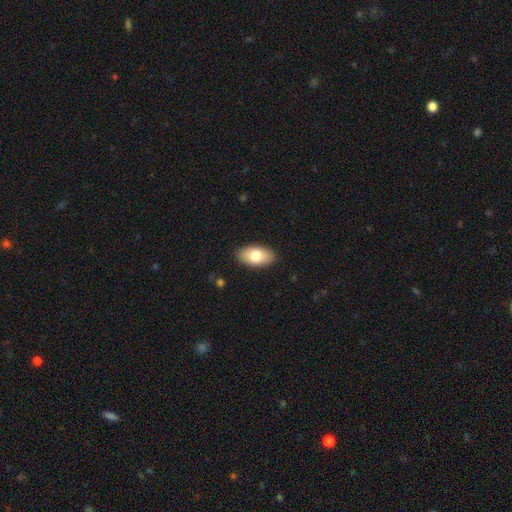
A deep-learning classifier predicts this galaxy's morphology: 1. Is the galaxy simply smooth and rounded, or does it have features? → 78% smooth, 16% featured or disk, 6% star or artifact.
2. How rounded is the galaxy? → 94% in between, 4% round, 2% cigar-shaped.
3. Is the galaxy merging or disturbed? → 89% none, 8% minor disturbance, 2% major disturbance, 1% merger.